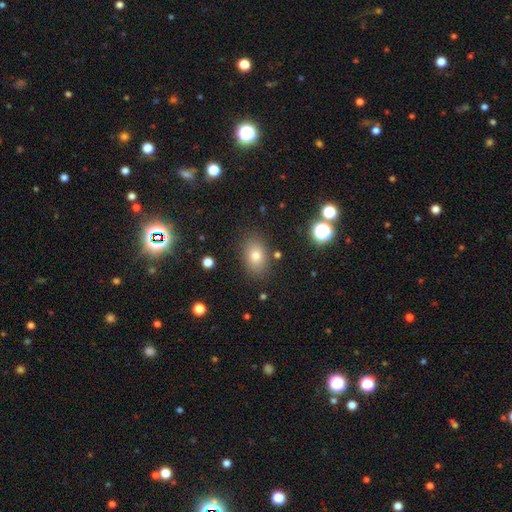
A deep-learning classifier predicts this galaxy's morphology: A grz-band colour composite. It shows a smooth galaxy with no disk features (76%) that is in between round and cigar-shaped (81%). Merging: none (83%).